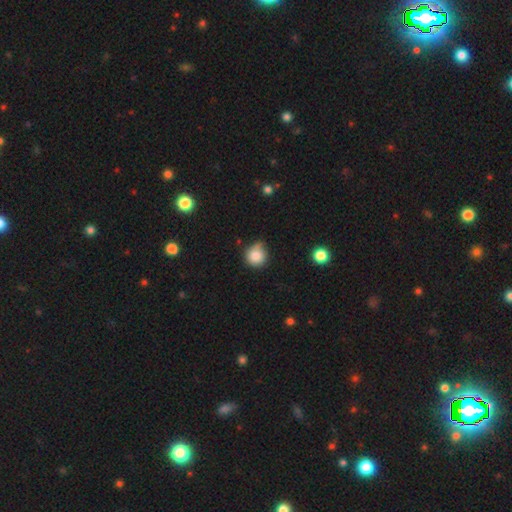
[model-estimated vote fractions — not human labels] Morphology: type=smooth (84%); roundness=round (89%); merging=none (57%).